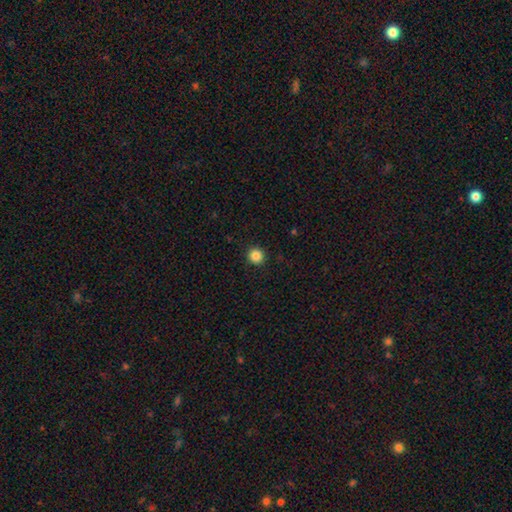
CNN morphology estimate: Smooth or featured?
  - smooth: 86% *
  - star or artifact: 11%
  - featured or disk: 3%
How rounded?
  - round: 93% *
  - in between: 6%
  - cigar-shaped: 1%
Merging?
  - none: 93% *
  - minor disturbance: 5%
  - major disturbance: 2%
  - merger: 1%